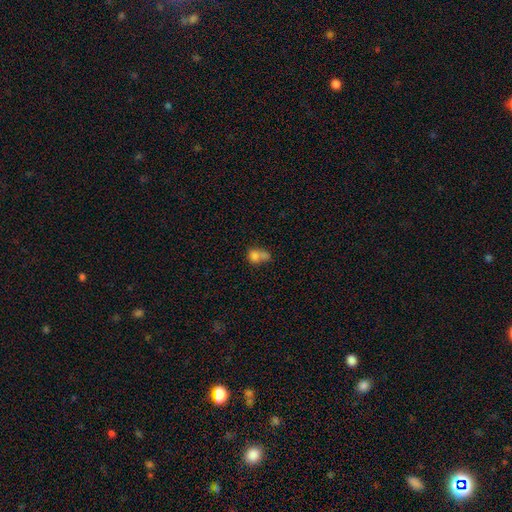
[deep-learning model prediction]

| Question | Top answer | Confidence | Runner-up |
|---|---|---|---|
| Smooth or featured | smooth | 75% | featured or disk (14%) |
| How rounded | round | 50% | in between (49%) |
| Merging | merger | 60% | none (22%) |